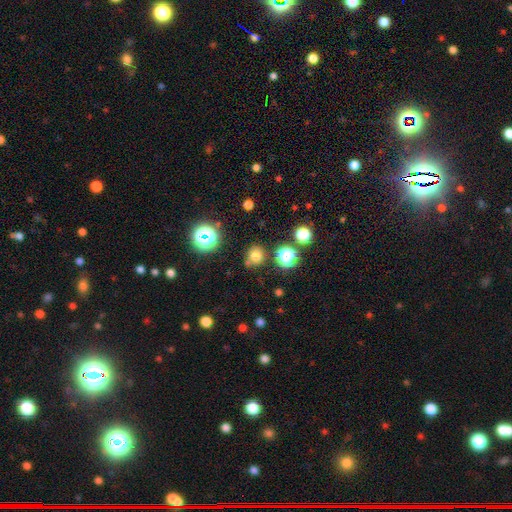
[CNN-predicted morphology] type=smooth (73%); roundness=round (88%); merging=none (79%).